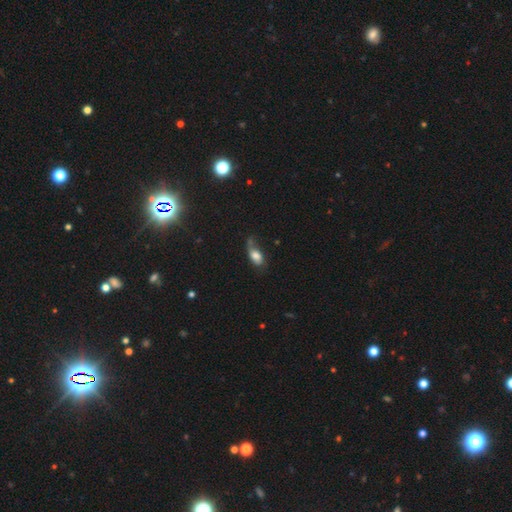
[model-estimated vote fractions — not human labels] smooth 67%, featured or disk 24%, star or artifact 9%. Down the decision tree: how rounded — in between (85%); merging — none (40%).